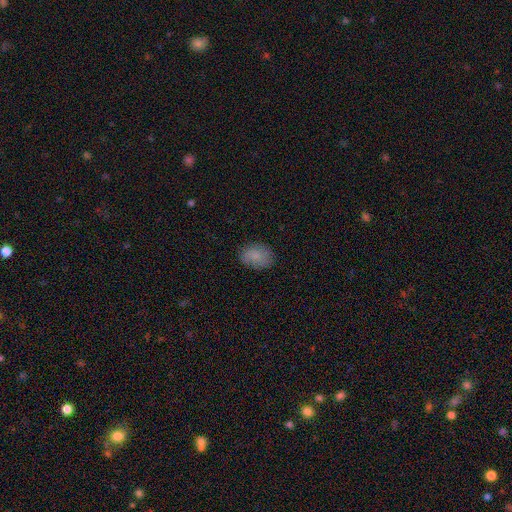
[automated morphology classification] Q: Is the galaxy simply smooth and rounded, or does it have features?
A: smooth — 82%.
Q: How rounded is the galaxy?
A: in between — 65%.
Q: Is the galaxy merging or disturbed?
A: none — 79%.